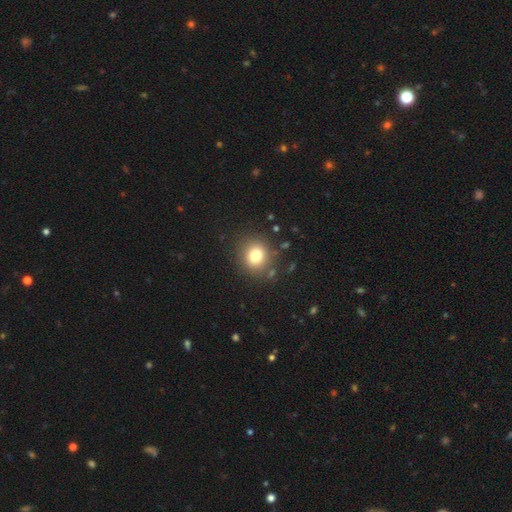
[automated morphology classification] smooth 78%, star or artifact 13%, featured or disk 9%. Down the decision tree: how rounded — round (84%); merging — none (86%).